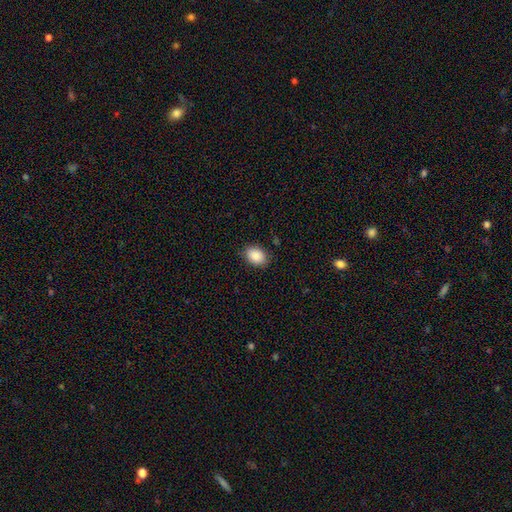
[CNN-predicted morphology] Smooth or featured? smooth (89%)
How rounded? in between (79%)
Merging? none (85%)